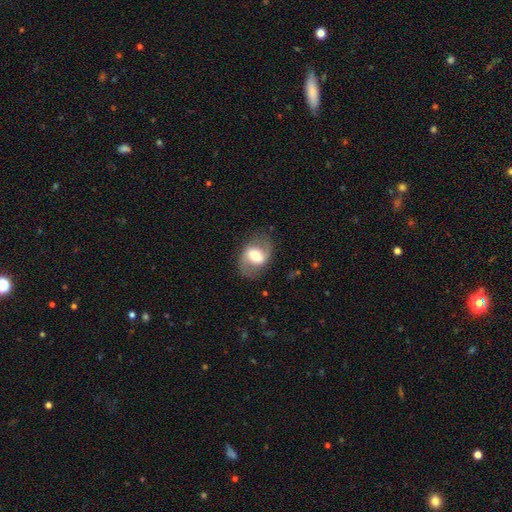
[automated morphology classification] A featured or disk galaxy (60%) with a weak bar (44%), spiral arms (74%) and a moderate central bulge (56%).

Vote fractions:
- Smooth or featured? featured or disk: 60% / smooth: 33% / star or artifact: 7%
- Edge-on disk? no: 95% / yes: 5%
- Bar? weak: 44% / strong: 32% / no: 24%
- Spiral arms? yes: 74% / no: 26%
- Bulge size? moderate: 56% / large: 28% / small: 11% / dominant: 4% / none: 1%
- Merging? none: 77% / minor disturbance: 14% / major disturbance: 7% / merger: 1%